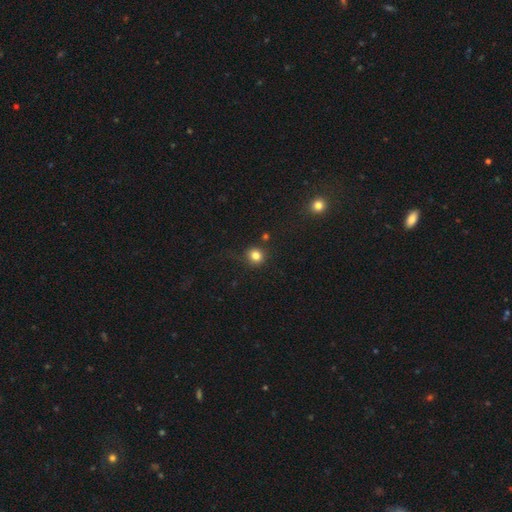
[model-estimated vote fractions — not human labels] Smooth or featured?
  - smooth: 82% *
  - star or artifact: 13%
  - featured or disk: 5%
How rounded?
  - round: 89% *
  - in between: 10%
  - cigar-shaped: 1%
Merging?
  - none: 83% *
  - minor disturbance: 10%
  - major disturbance: 3%
  - merger: 3%